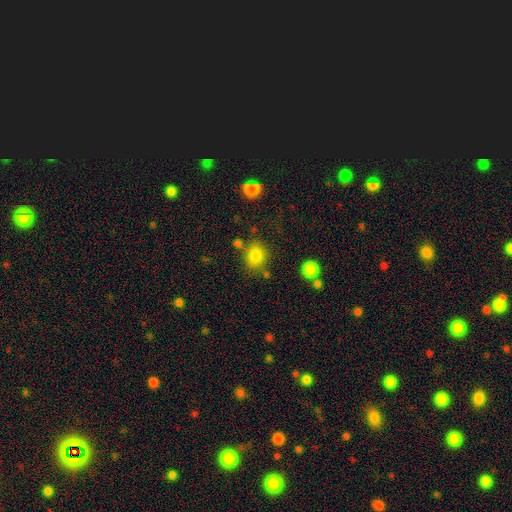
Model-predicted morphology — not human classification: A smooth galaxy with no disk features (82%) that is round (63%). Merging: none (74%).